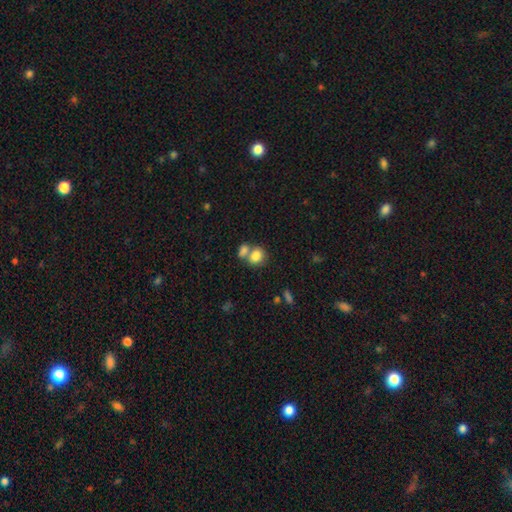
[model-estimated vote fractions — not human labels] Smooth or featured? smooth (82%)
How rounded? round (52%)
Merging? merger (48%)